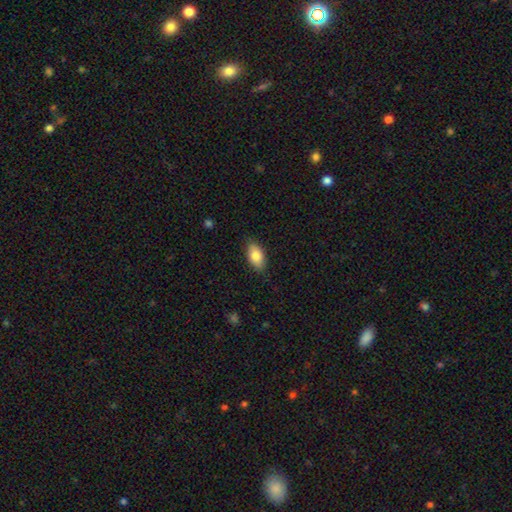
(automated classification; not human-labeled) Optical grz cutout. It shows a smooth galaxy with no disk features (84%) that is in between round and cigar-shaped (92%). Merging: none (85%).